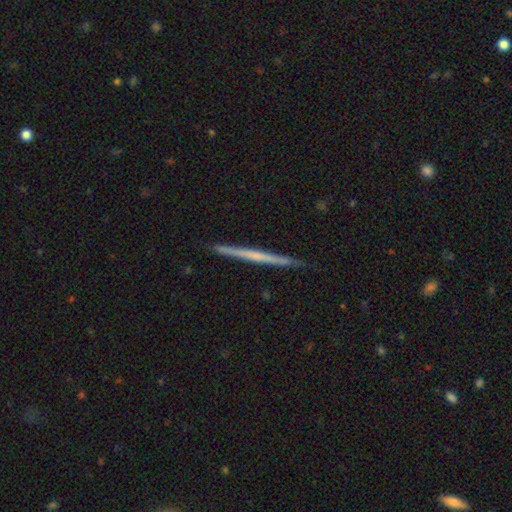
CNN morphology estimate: type=featured or disk (59%); edge-on=yes (98%); edge-on bulge=none (82%); merging=none (91%).